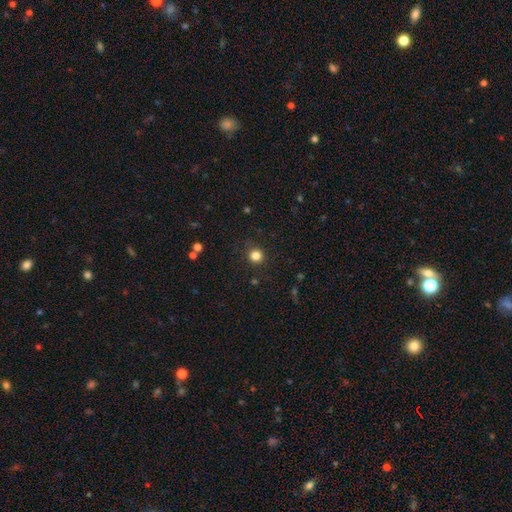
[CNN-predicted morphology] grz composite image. It shows a smooth galaxy with no disk features (83%) that is round (93%). Merging: none (89%).